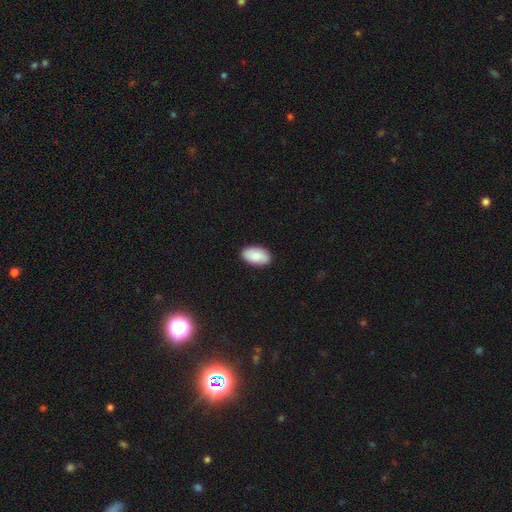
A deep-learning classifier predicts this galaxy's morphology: Overall: smooth (87%). How rounded: in between (95%). Merging: none (90%).